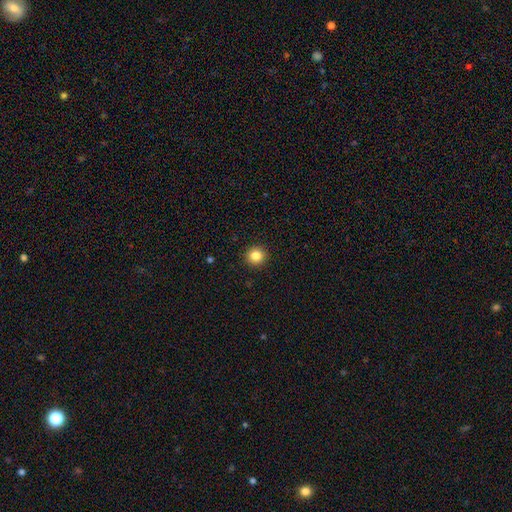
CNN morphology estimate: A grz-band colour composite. It shows a smooth galaxy with no disk features (85%) that is round (94%). Merging: none (93%).